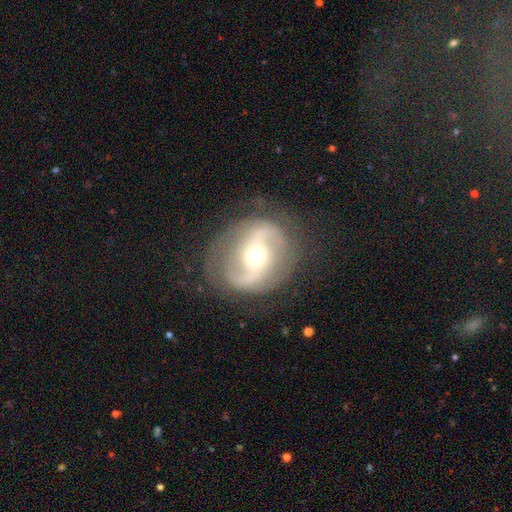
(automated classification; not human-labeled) Smooth or featured: featured or disk — 80% (smooth — 13%)
Edge-on disk: no — 96% (yes — 4%)
Bar: strong — 38% (no — 32%)
Spiral arms: yes — 83% (no — 17%)
Spiral winding: medium — 43% (loose — 34%)
Spiral arm count: 2 — 87% (can't tell — 7%)
Bulge size: moderate — 54% (small — 39%)
Merging: none — 78% (minor disturbance — 13%)